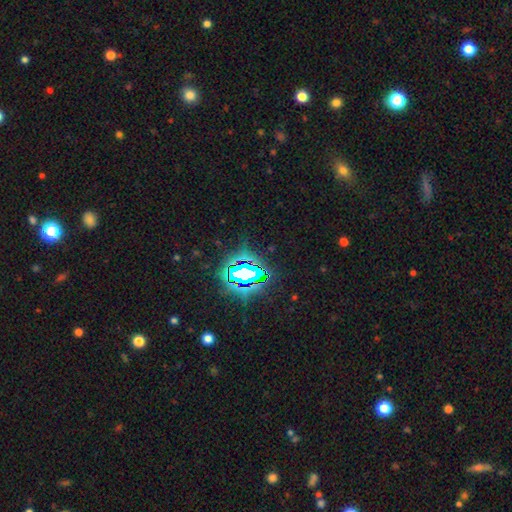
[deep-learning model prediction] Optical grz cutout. It shows a star or artifact, not a galaxy (81%).